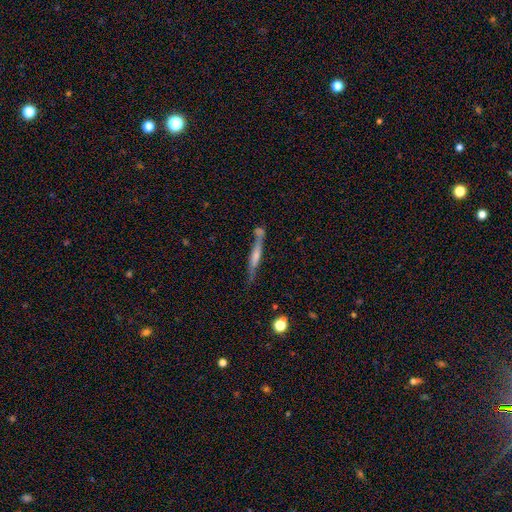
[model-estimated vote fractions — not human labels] Overall: featured or disk (59%; smooth 33%). Edge-on disk: yes (93%). Edge-on bulge: rounded (50%; none 33%). Merging: none (66%).